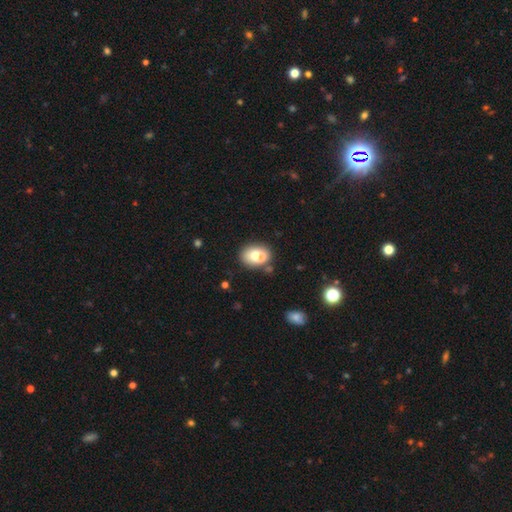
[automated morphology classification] Overall: smooth (70%). How rounded: in between (64%; round 35%). Merging: none (53%; merger 31%).